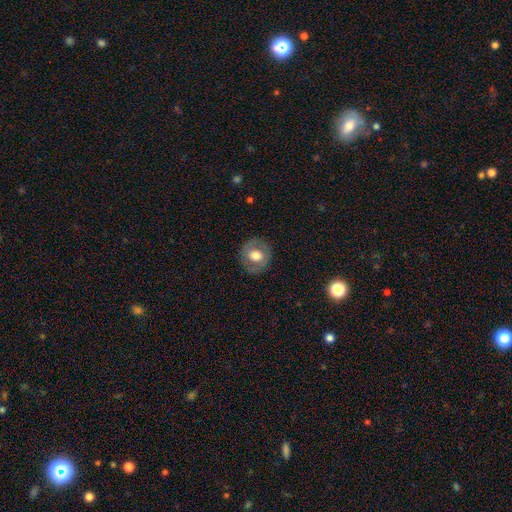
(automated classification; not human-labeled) Smooth or featured: smooth — 59% (featured or disk — 34%)
How rounded: round — 83% (in between — 16%)
Merging: none — 84% (minor disturbance — 11%)